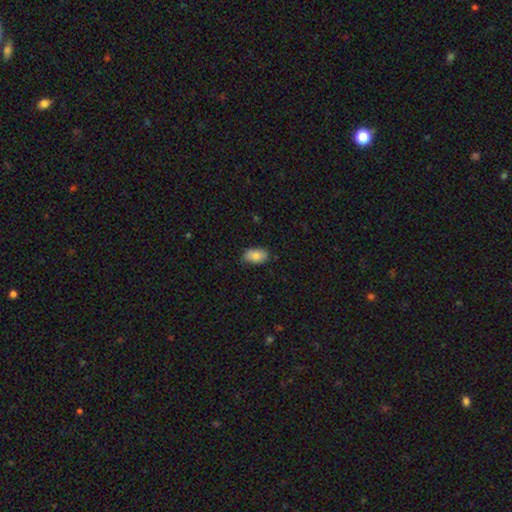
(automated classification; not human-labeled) smooth-or-featured: smooth: 84% | featured or disk: 9% | star or artifact: 7%
  how-rounded: in between: 92% | round: 6% | cigar-shaped: 2%
  merging: none: 80% | minor disturbance: 17% | major disturbance: 2% | merger: 1%